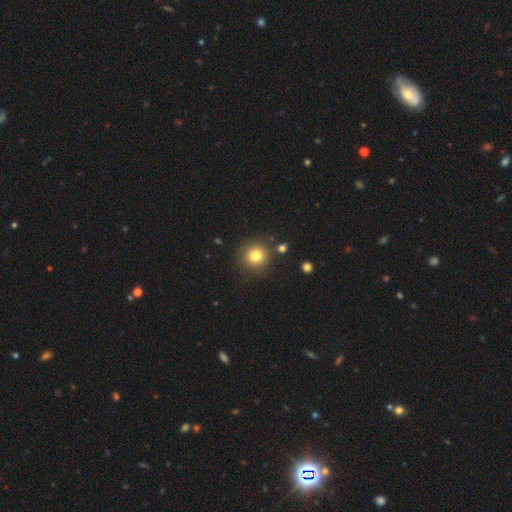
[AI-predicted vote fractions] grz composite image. It shows a smooth galaxy with no disk features (80%) that is round (90%). Merging: none (84%).